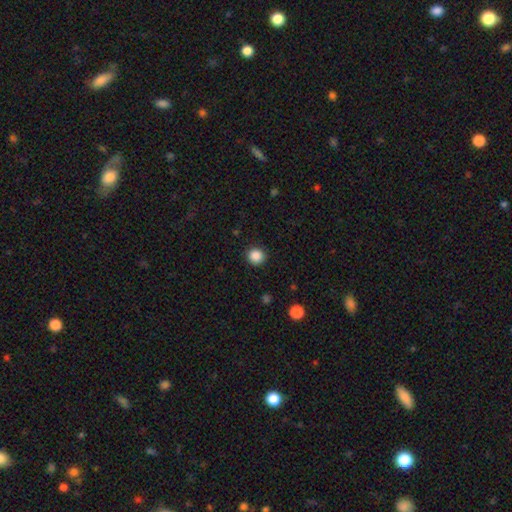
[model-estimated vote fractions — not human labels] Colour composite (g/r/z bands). It shows a smooth galaxy with no disk features (87%) that is round (90%). Merging: none (91%).